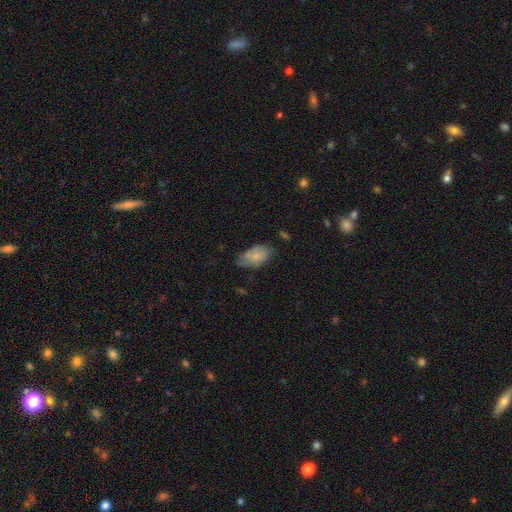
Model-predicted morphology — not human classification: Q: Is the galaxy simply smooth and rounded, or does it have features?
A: smooth — 74%.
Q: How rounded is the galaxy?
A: in between — 93%.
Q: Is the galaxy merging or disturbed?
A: none — 53%.